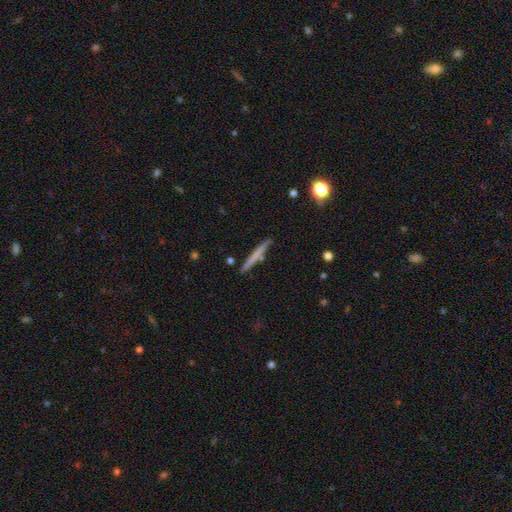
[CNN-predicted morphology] Smooth or featured? Predicted: smooth (p=0.61). How rounded? Predicted: cigar-shaped (p=0.96). Merging? Predicted: none (p=0.86).